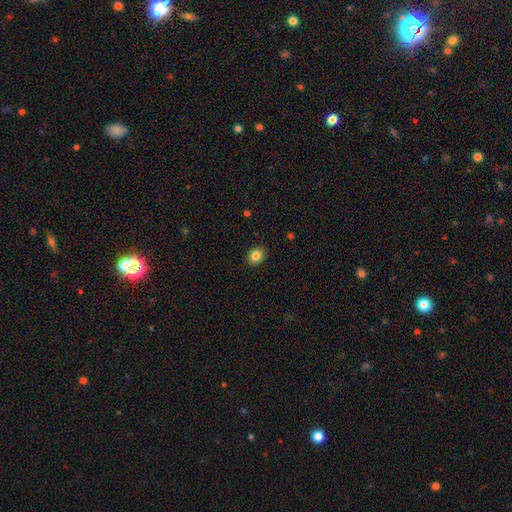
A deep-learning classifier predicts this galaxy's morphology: Overall: smooth (85%). How rounded: round (61%; in between 39%). Merging: none (90%).